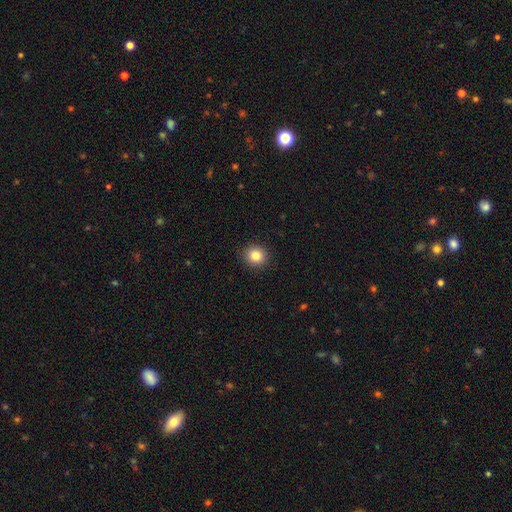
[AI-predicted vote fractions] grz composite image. It shows a smooth galaxy with no disk features (84%) that is round (88%). Merging: none (91%).